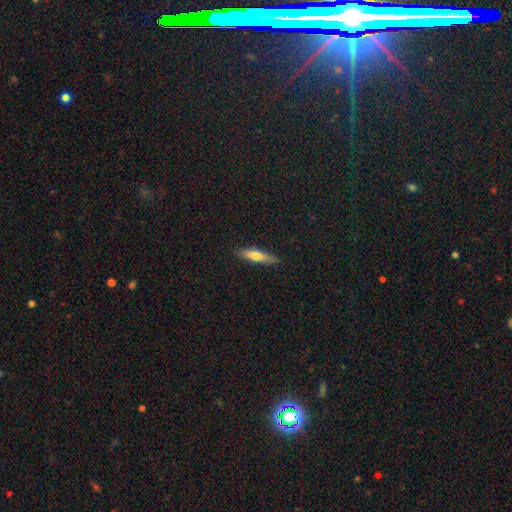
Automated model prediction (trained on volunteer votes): This appears to be a smooth galaxy with no disk features (65%) that is cigar-shaped (73%). Merging: none (85%).